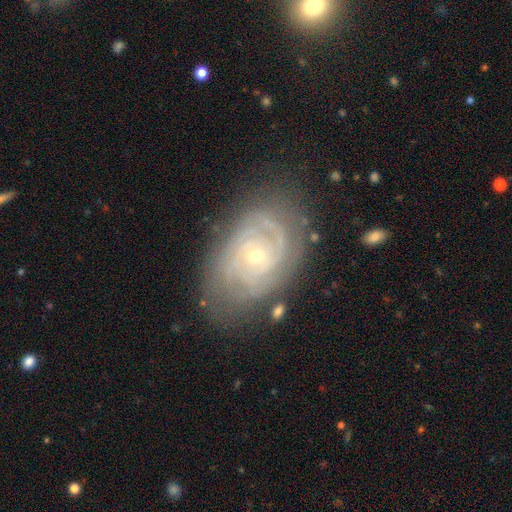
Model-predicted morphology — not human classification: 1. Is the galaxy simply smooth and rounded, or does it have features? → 87% featured or disk, 8% smooth, 6% star or artifact.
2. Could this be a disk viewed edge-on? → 97% no, 3% yes.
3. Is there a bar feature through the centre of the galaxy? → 77% no, 18% weak, 5% strong.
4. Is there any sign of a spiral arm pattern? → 95% yes, 5% no.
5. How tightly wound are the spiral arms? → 75% tight, 20% medium, 4% loose.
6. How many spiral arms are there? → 31% 2, 28% can't tell, 22% 3, 9% 4, 6% 1, 5% more than 4.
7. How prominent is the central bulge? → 68% small, 29% moderate, 1% large, 1% none, 1% dominant.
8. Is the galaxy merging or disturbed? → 74% none, 18% minor disturbance, 6% major disturbance, 2% merger.